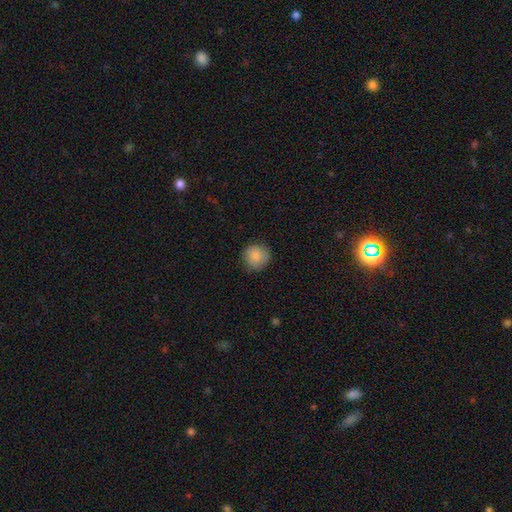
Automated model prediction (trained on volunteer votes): Q: Smooth or featured?
A: smooth (86%); runner-up: star or artifact (8%)
Q: How rounded?
A: round (93%); runner-up: in between (6%)
Q: Merging?
A: none (86%); runner-up: minor disturbance (11%)